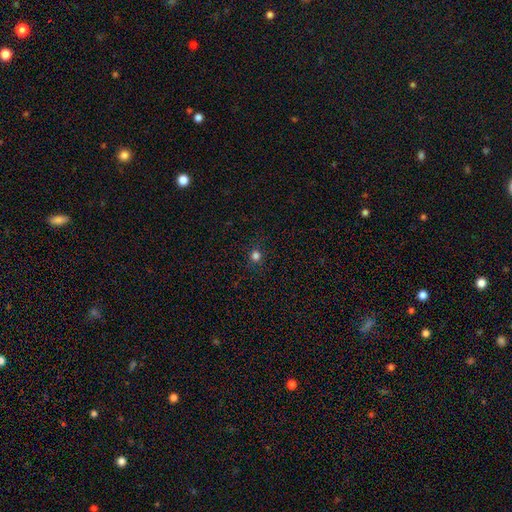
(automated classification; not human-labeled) A smooth galaxy with no disk features (78%) that is round (90%).

Vote fractions:
- Smooth or featured? smooth: 78% / star or artifact: 18% / featured or disk: 4%
- How rounded? round: 90% / in between: 9% / cigar-shaped: 1%
- Merging? none: 89% / minor disturbance: 7% / major disturbance: 3% / merger: 1%